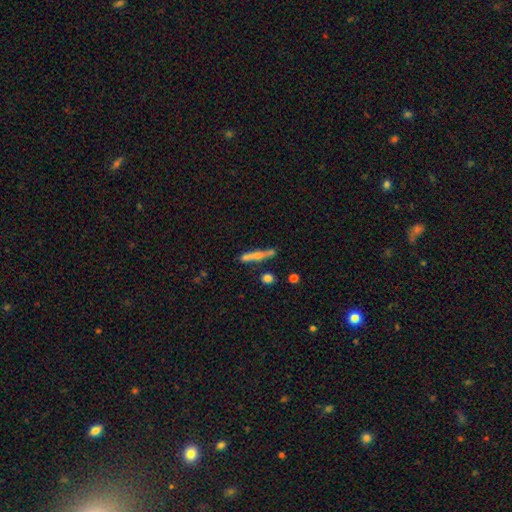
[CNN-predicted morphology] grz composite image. It shows a smooth galaxy with no disk features (48%). Merging: none (68%).